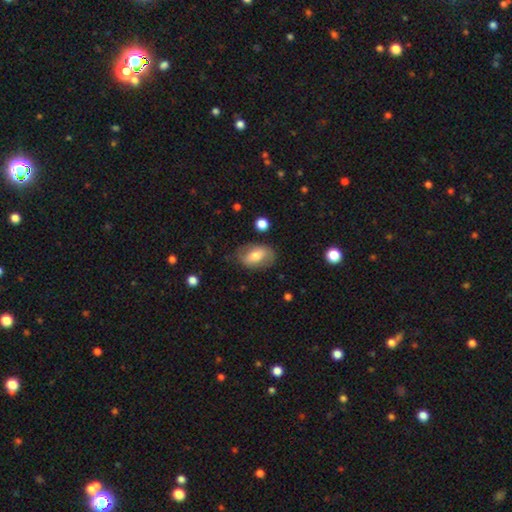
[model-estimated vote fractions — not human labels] A smooth galaxy with no disk features (56%) that is in between round and cigar-shaped (85%). Merging: none (71%).